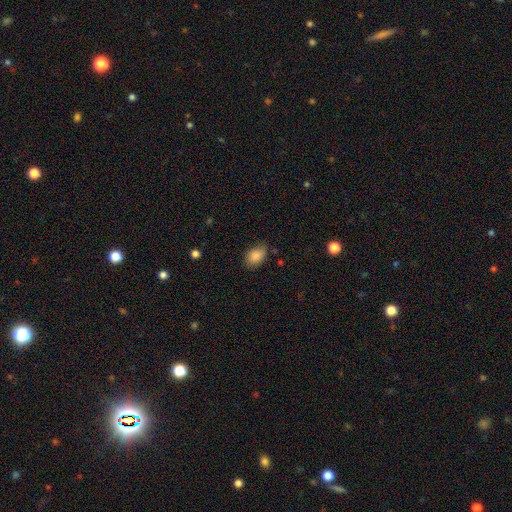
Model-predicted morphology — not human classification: A smooth galaxy with no disk features (86%) that is in between round and cigar-shaped (85%).

Vote fractions:
- Smooth or featured? smooth: 86% / star or artifact: 8% / featured or disk: 6%
- How rounded? in between: 85% / round: 13% / cigar-shaped: 1%
- Merging? none: 74% / minor disturbance: 20% / major disturbance: 4% / merger: 1%